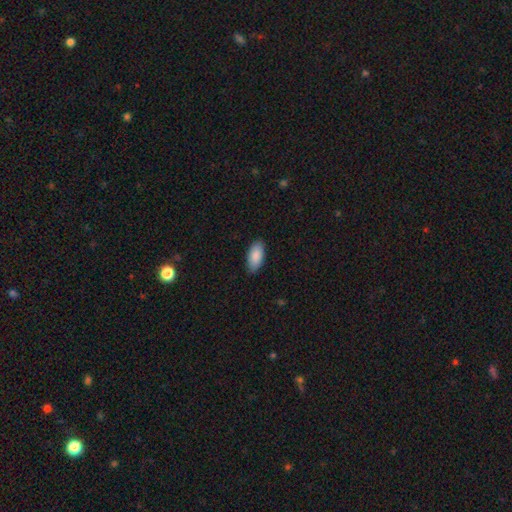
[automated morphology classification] Overall: smooth (90%). How rounded: in between (92%). Merging: none (87%).